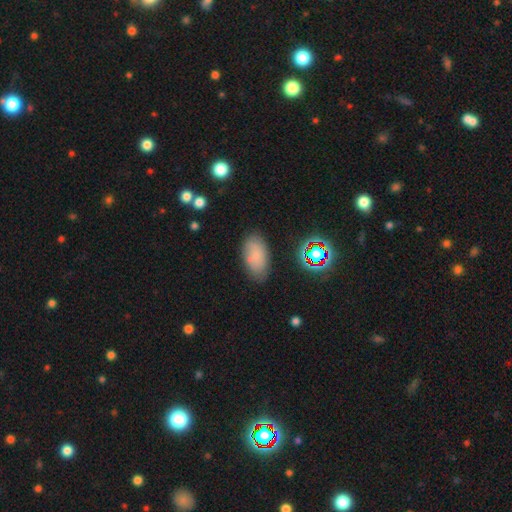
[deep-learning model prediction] This appears to be a smooth galaxy with no disk features (73%) that is in between round and cigar-shaped (93%). Merging: none (78%).